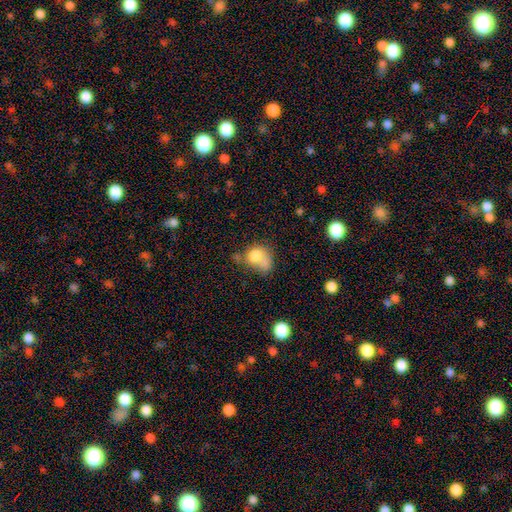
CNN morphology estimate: smooth_or_featured: smooth (p=0.74) [alt: featured or disk p=0.16]
how_rounded: round (p=0.53) [alt: in between p=0.46]
merging: merger (p=0.40) [alt: none p=0.25]